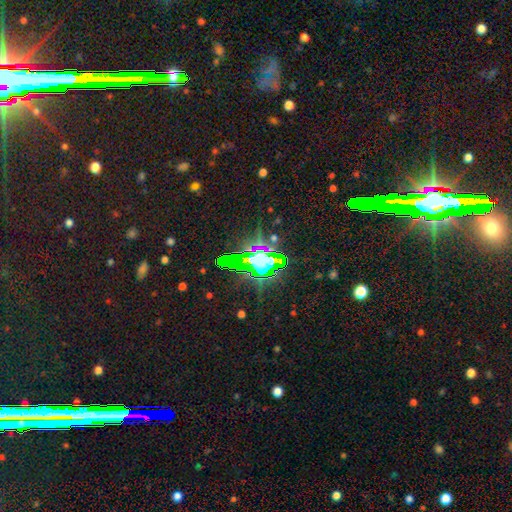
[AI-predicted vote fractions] This appears to be a star or artifact, not a galaxy (67%).